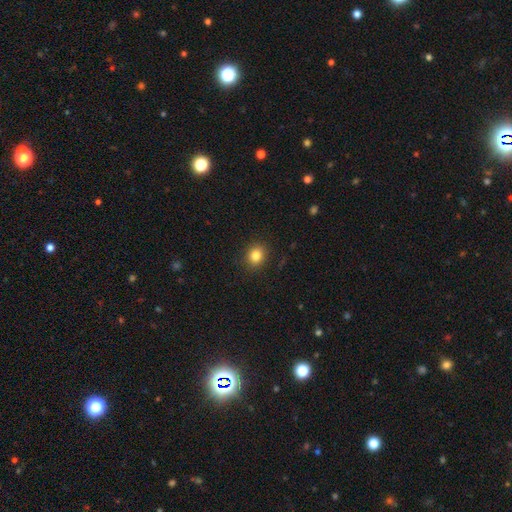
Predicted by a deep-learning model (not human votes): smooth-or-featured: smooth: 83% | star or artifact: 11% | featured or disk: 6%
  how-rounded: round: 73% | in between: 26% | cigar-shaped: 1%
  merging: none: 89% | minor disturbance: 8% | major disturbance: 2% | merger: 1%